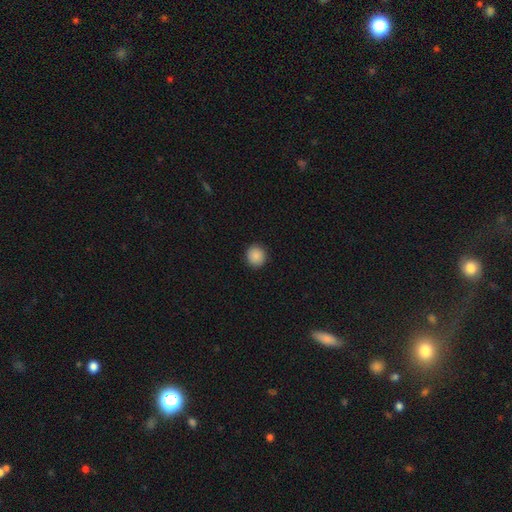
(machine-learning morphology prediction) Smooth or featured? smooth (88%)
How rounded? round (91%)
Merging? none (92%)